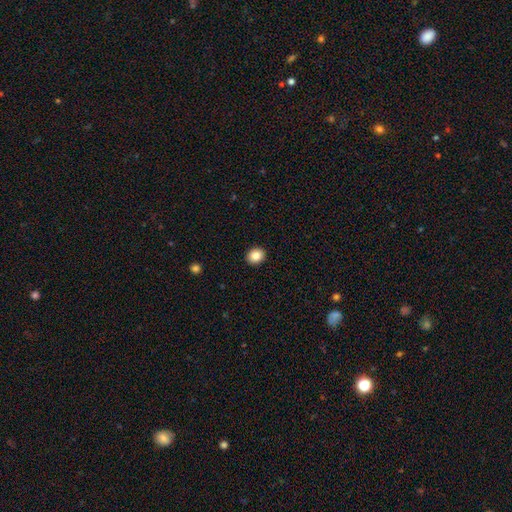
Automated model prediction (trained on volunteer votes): Morphology: type=smooth (86%); roundness=round (62%); merging=none (92%).